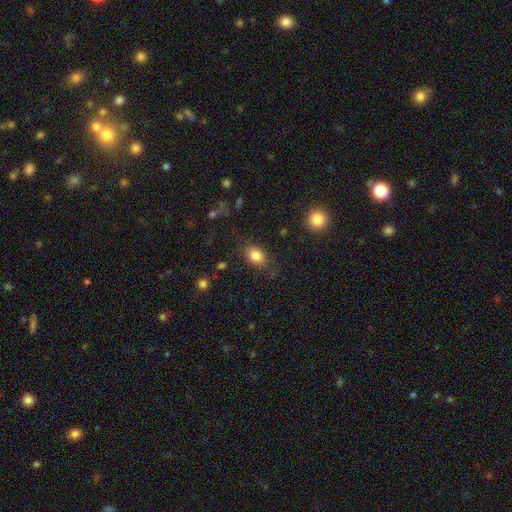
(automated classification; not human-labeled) A smooth galaxy with no disk features (83%) that is in between round and cigar-shaped (69%).

Vote fractions:
- Smooth or featured? smooth: 83% / star or artifact: 10% / featured or disk: 7%
- How rounded? in between: 69% / round: 30% / cigar-shaped: 1%
- Merging? none: 79% / minor disturbance: 14% / major disturbance: 5% / merger: 2%